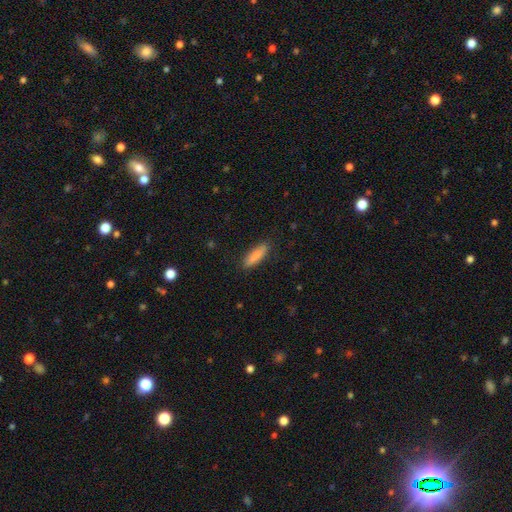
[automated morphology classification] Overall: smooth (86%). How rounded: cigar-shaped (64%; in between 34%). Merging: none (87%).